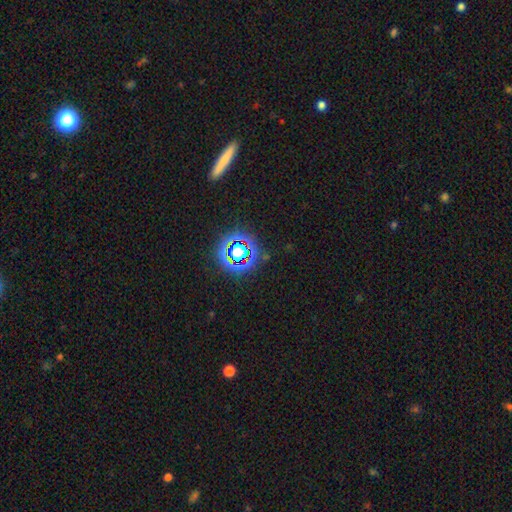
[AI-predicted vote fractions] Morphology: type=star or artifact (70%).